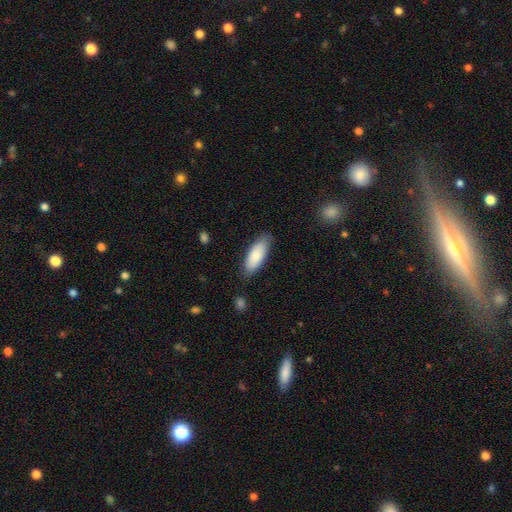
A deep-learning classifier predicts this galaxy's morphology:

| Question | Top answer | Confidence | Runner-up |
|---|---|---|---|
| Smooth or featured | smooth | 84% | featured or disk (10%) |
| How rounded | in between | 72% | cigar-shaped (26%) |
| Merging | none | 81% | minor disturbance (14%) |